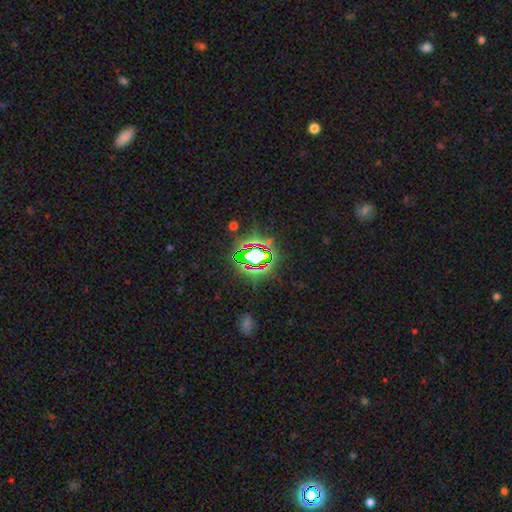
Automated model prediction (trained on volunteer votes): A star or artifact, not a galaxy (74%).